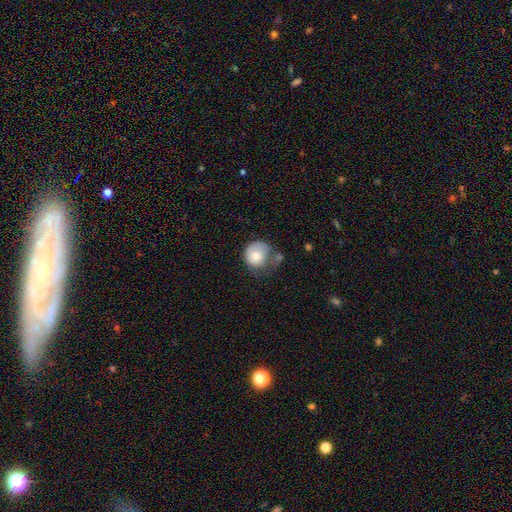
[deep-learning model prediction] This is likely a smooth galaxy (71%). How rounded: clearly round (82%). Merging: marginally none (34%).